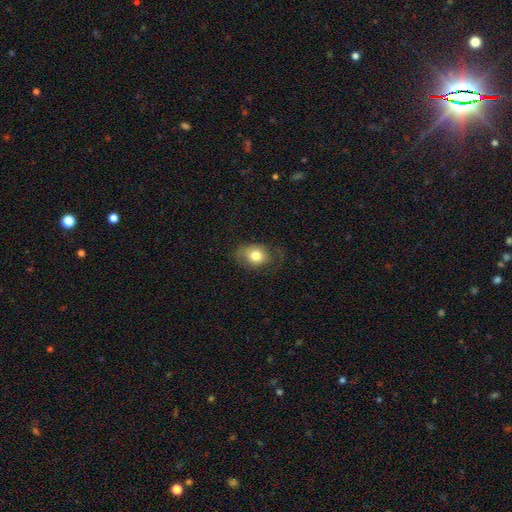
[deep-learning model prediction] This appears to be a smooth galaxy with no disk features (76%) that is in between round and cigar-shaped (65%). Merging: none (57%).